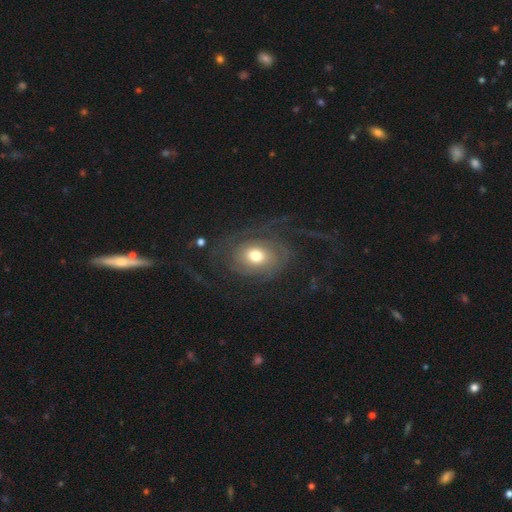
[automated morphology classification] A featured or disk galaxy (74%) with no bar (77%), 2 (33%) tight (40%) spiral arms (87%) and a moderate central bulge (66%).

Vote fractions:
- Smooth or featured? featured or disk: 74% / smooth: 18% / star or artifact: 8%
- Edge-on disk? no: 97% / yes: 3%
- Bar? no: 77% / weak: 18% / strong: 5%
- Spiral arms? yes: 87% / no: 13%
- Spiral winding? tight: 40% / medium: 35% / loose: 25%
- Spiral arm count? 2: 33% / can't tell: 27% / 3: 14% / 1: 10% / 4: 8% / more than 4: 7%
- Bulge size? moderate: 66% / large: 19% / small: 11% / dominant: 2% / none: 1%
- Merging? none: 59% / major disturbance: 26% / minor disturbance: 14% / merger: 2%